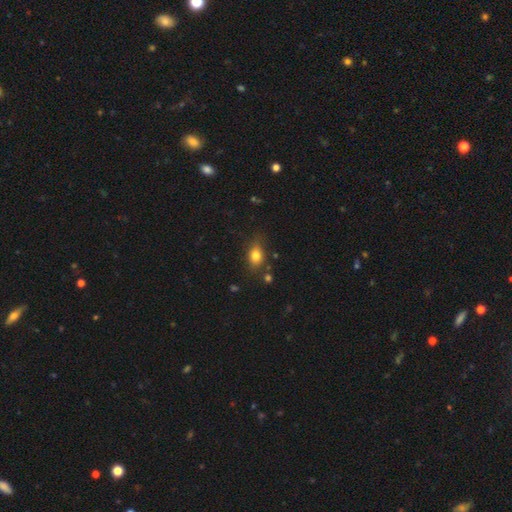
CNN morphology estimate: A smooth galaxy with no disk features (78%) that is in between round and cigar-shaped (68%).

Vote fractions:
- Smooth or featured? smooth: 78% / star or artifact: 11% / featured or disk: 11%
- How rounded? in between: 68% / round: 28% / cigar-shaped: 3%
- Merging? none: 74% / minor disturbance: 18% / major disturbance: 5% / merger: 3%